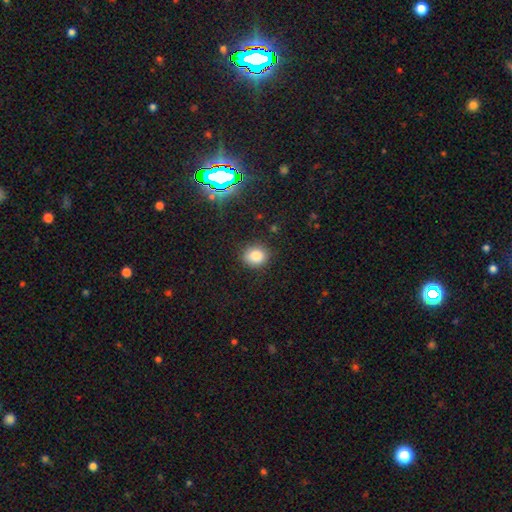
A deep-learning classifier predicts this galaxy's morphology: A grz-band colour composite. It shows a smooth galaxy with no disk features (81%) that is round (71%). Merging: none (85%).